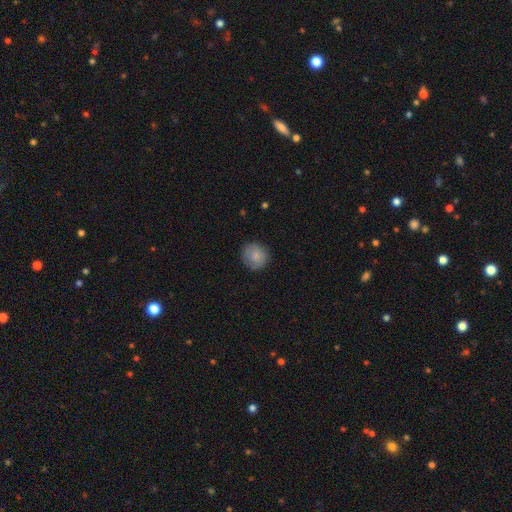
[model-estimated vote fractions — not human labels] Smooth or featured?
  - smooth: 80% *
  - featured or disk: 13%
  - star or artifact: 7%
How rounded?
  - round: 89% *
  - in between: 10%
  - cigar-shaped: 1%
Merging?
  - none: 85% *
  - minor disturbance: 12%
  - major disturbance: 3%
  - merger: 1%